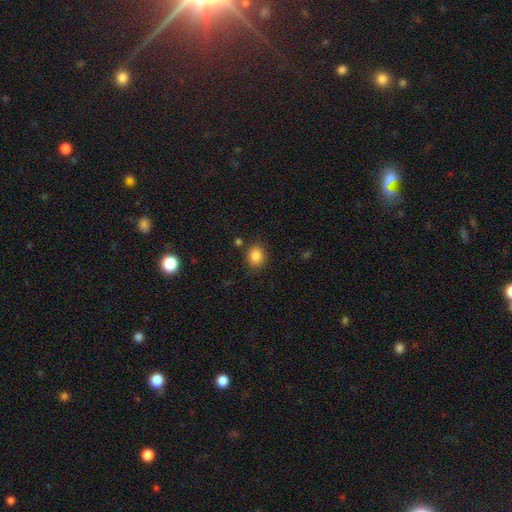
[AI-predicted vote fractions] This appears to be a smooth galaxy with no disk features (86%) that is round (60%). Merging: none (80%).